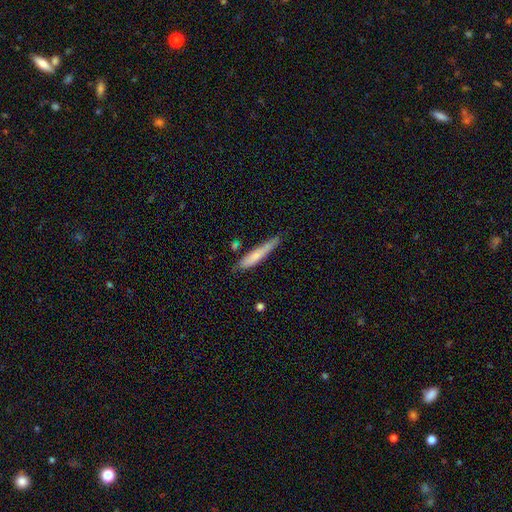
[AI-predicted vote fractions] Smooth or featured? Predicted: smooth (p=0.71). How rounded? Predicted: cigar-shaped (p=0.92). Merging? Predicted: none (p=0.65).